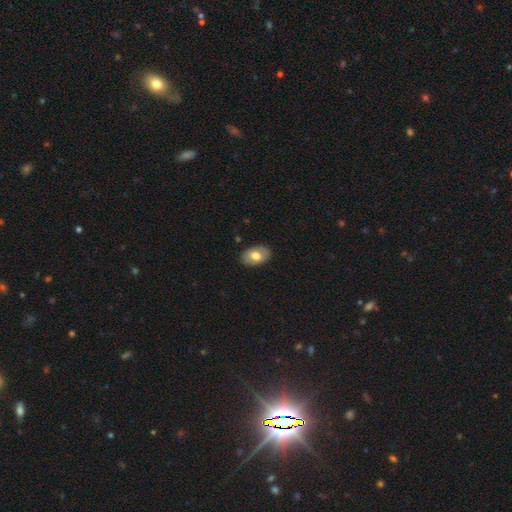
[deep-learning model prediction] Smooth or featured?
  - smooth: 67% *
  - featured or disk: 27%
  - star or artifact: 6%
How rounded?
  - in between: 89% *
  - round: 10%
  - cigar-shaped: 1%
Merging?
  - none: 85% *
  - minor disturbance: 11%
  - major disturbance: 2%
  - merger: 1%